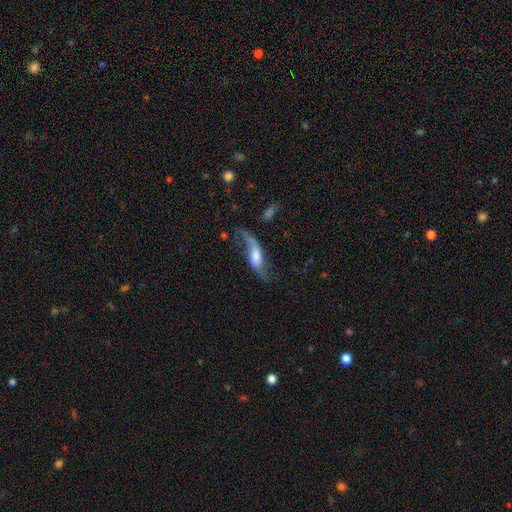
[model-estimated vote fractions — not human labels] This appears to be a featured or disk galaxy (69%) with no bar (43%), spiral arms (88%) and a moderate central bulge (44%). Merging: none (48%).